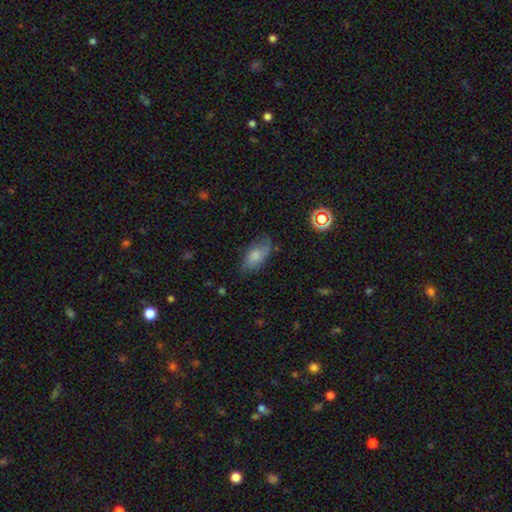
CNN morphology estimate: A smooth galaxy with no disk features (69%) that is in between round and cigar-shaped (90%).

Vote fractions:
- Smooth or featured? smooth: 69% / featured or disk: 23% / star or artifact: 8%
- How rounded? in between: 90% / cigar-shaped: 6% / round: 4%
- Merging? none: 63% / minor disturbance: 26% / major disturbance: 9% / merger: 2%